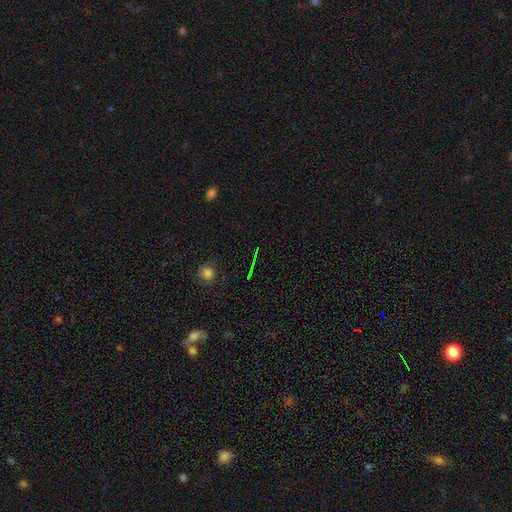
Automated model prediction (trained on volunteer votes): Morphology: type=star or artifact (70%).